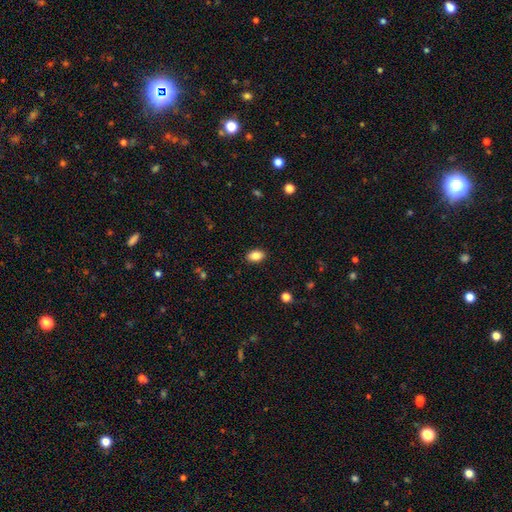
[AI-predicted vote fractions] Smooth or featured: smooth — 85% (star or artifact — 8%)
How rounded: in between — 88% (round — 11%)
Merging: none — 89% (minor disturbance — 8%)